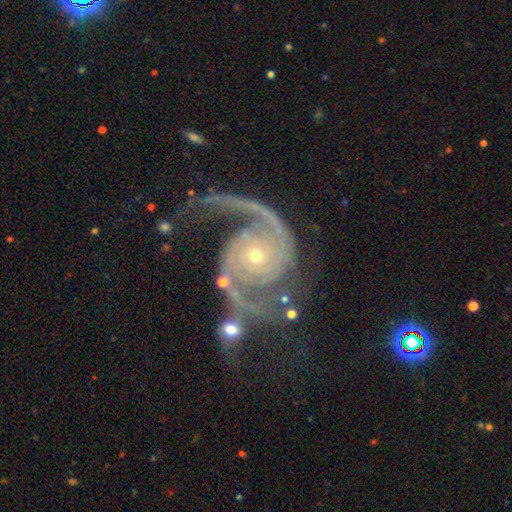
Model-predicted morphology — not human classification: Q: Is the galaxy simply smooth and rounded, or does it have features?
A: featured or disk — 91%.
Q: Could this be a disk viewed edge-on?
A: no — 98%.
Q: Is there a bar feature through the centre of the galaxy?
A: no — 76%.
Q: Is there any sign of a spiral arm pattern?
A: yes — 98%.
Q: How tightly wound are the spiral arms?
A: medium — 54%.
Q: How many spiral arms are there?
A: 2 — 87%.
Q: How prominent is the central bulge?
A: small — 74%.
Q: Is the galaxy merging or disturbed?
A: none — 52%.